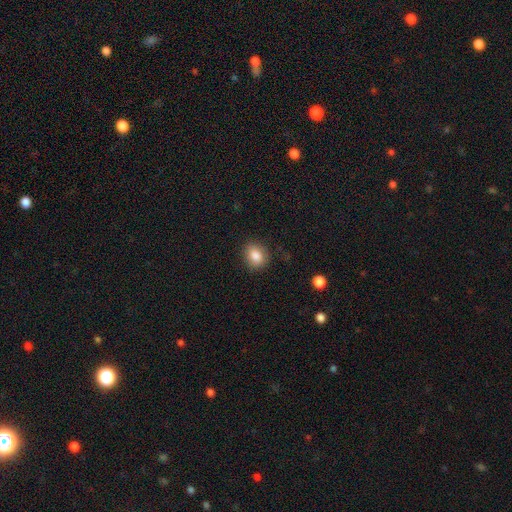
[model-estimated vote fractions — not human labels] Smooth or featured? Predicted: smooth (p=0.85). How rounded? Predicted: in between (p=0.54). Merging? Predicted: none (p=0.85).